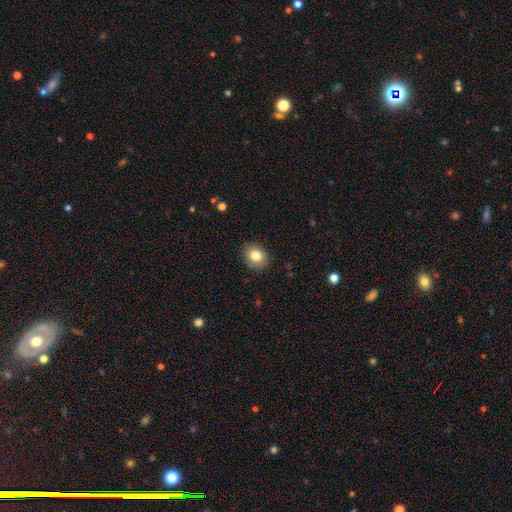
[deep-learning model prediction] Q: Smooth or featured?
A: smooth (82%); runner-up: star or artifact (9%)
Q: How rounded?
A: in between (53%); runner-up: round (46%)
Q: Merging?
A: none (88%); runner-up: minor disturbance (9%)